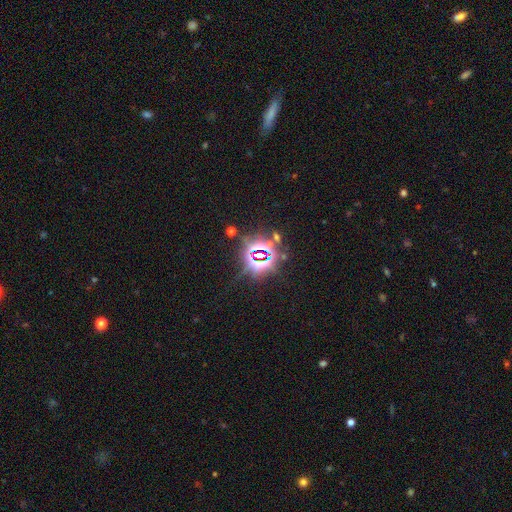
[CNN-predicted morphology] smooth_or_featured: star or artifact (p=0.81) [alt: smooth p=0.11]